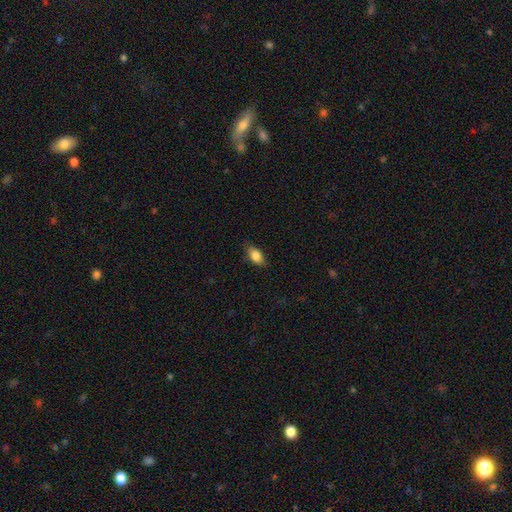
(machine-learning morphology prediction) Smooth or featured? smooth (85%)
How rounded? in between (88%)
Merging? none (81%)